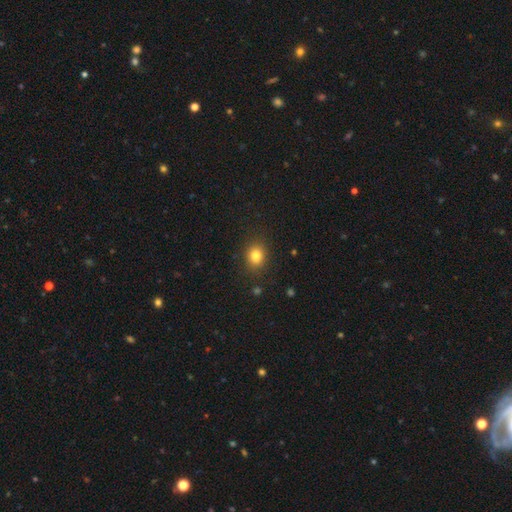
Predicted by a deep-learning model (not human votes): smooth-or-featured: smooth: 82% | star or artifact: 11% | featured or disk: 6%
  how-rounded: round: 62% | in between: 37% | cigar-shaped: 1%
  merging: none: 86% | minor disturbance: 10% | major disturbance: 3% | merger: 1%